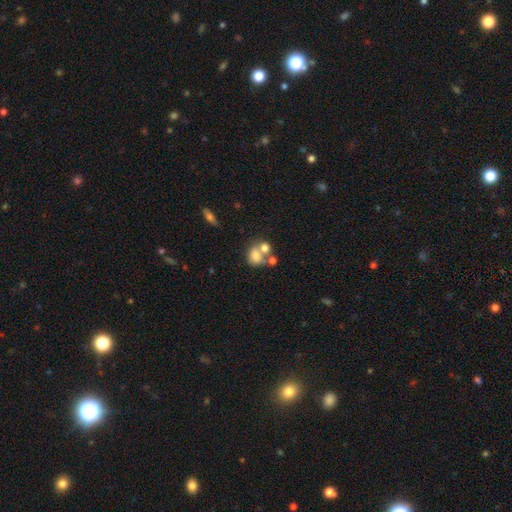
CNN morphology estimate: smooth_or_featured: smooth (p=0.71) [alt: featured or disk p=0.18]
how_rounded: in between (p=0.55) [alt: round p=0.44]
merging: merger (p=0.50) [alt: none p=0.31]